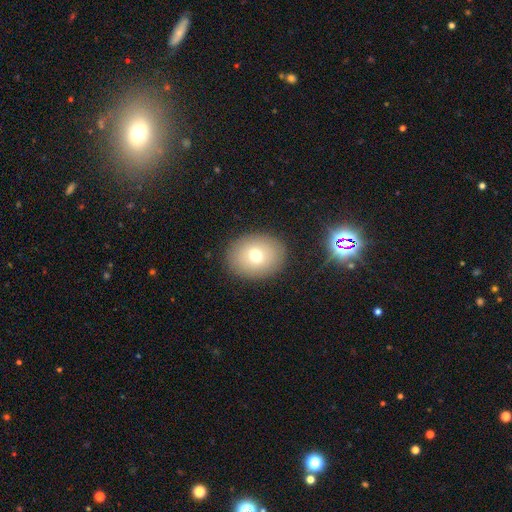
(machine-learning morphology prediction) smooth_or_featured: smooth (p=0.72) [alt: featured or disk p=0.17]
how_rounded: round (p=0.50) [alt: in between p=0.49]
merging: none (p=0.88) [alt: minor disturbance p=0.08]